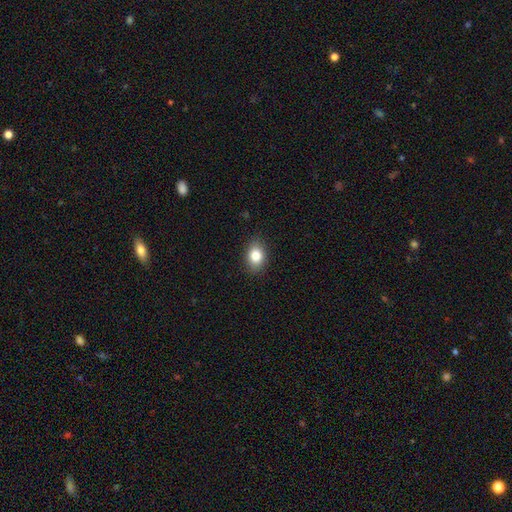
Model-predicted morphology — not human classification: This is clearly a smooth galaxy (82%). How rounded: likely in between (75%). Merging: clearly none (86%).